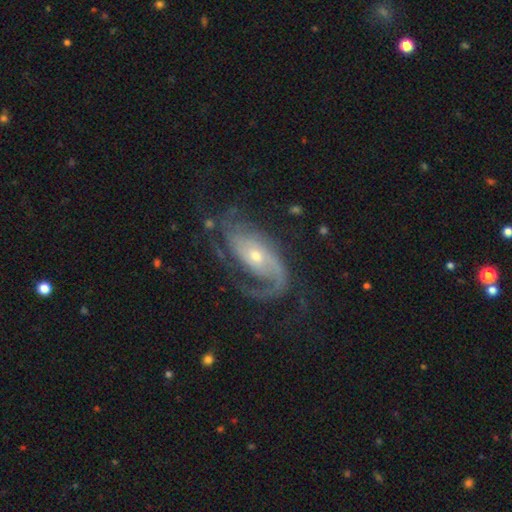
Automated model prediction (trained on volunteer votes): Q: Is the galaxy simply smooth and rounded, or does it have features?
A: featured or disk — 86%.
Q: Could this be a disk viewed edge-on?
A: no — 95%.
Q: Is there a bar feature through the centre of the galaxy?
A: no — 62%.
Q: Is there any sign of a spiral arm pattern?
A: yes — 96%.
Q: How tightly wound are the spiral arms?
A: medium — 43%.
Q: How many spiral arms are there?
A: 1 — 39%.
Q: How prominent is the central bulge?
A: small — 57%.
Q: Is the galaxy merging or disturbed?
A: none — 56%.